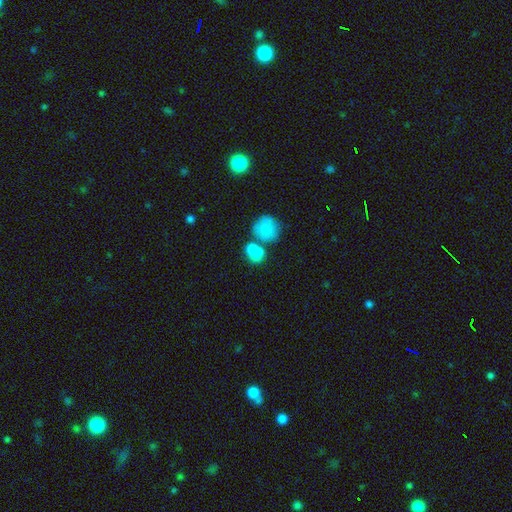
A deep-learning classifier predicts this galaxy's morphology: Smooth or featured?
  - smooth: 69% *
  - featured or disk: 20%
  - star or artifact: 12%
How rounded?
  - round: 67% *
  - in between: 32%
  - cigar-shaped: 1%
Merging?
  - merger: 52% *
  - none: 33%
  - minor disturbance: 10%
  - major disturbance: 6%